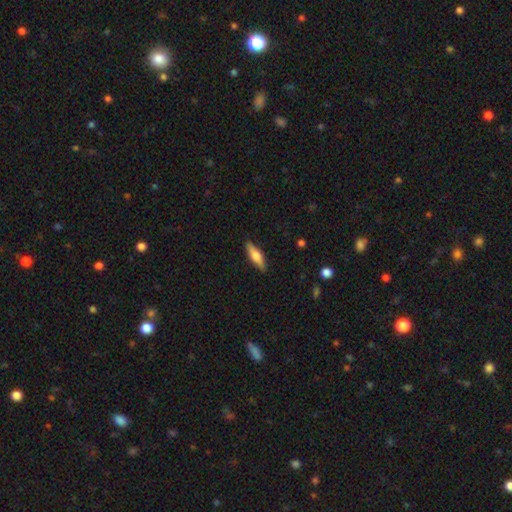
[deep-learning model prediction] smooth-or-featured: smooth: 60% | featured or disk: 34% | star or artifact: 6%
  how-rounded: cigar-shaped: 60% | in between: 37% | round: 2%
  merging: none: 88% | minor disturbance: 9% | major disturbance: 2% | merger: 1%